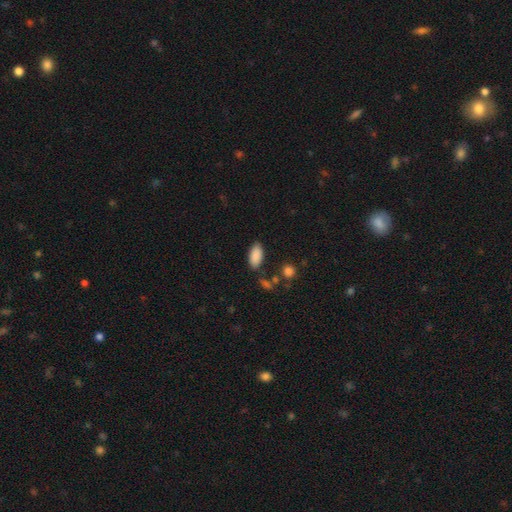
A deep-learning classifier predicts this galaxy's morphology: Smooth or featured: smooth — 89% (star or artifact — 7%)
How rounded: in between — 91% (cigar-shaped — 6%)
Merging: none — 81% (minor disturbance — 12%)